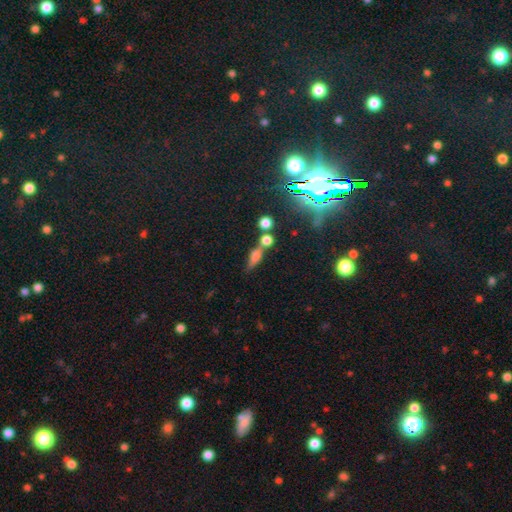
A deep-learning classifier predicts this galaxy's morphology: smooth_or_featured: smooth (p=0.54) [alt: featured or disk p=0.27]
how_rounded: cigar-shaped (p=0.43) [alt: in between p=0.38]
merging: none (p=0.47) [alt: merger p=0.33]